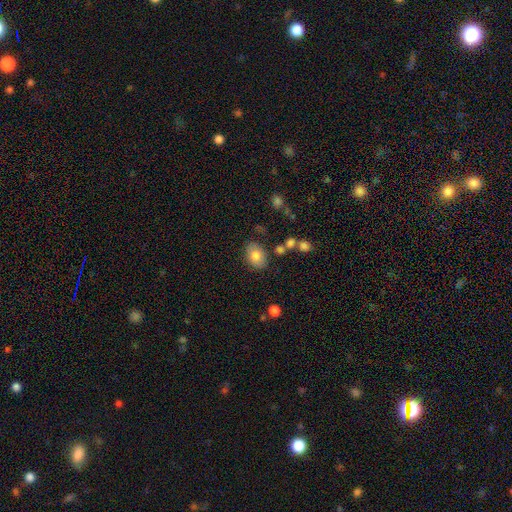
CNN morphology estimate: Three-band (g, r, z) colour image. It shows a smooth galaxy with no disk features (79%) that is in between round and cigar-shaped (73%). Merging: none (80%).